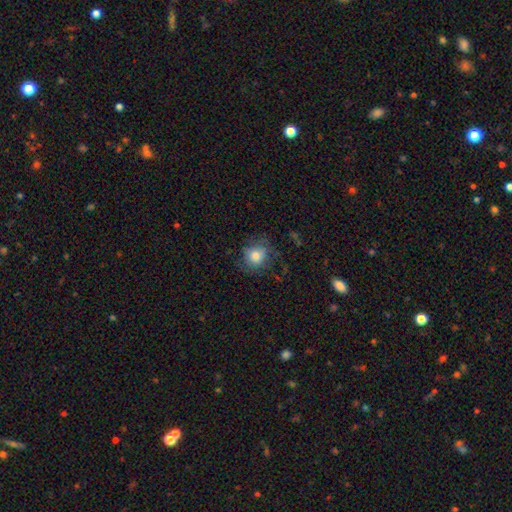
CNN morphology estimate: A smooth galaxy with no disk features (73%) that is round (81%). Merging: none (65%).